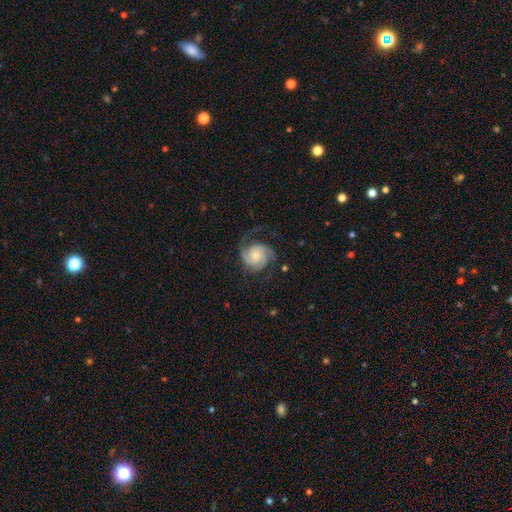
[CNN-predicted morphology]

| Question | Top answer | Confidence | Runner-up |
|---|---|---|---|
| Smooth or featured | featured or disk | 88% | smooth (7%) |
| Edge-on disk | no | 98% | yes (2%) |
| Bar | no | 70% | weak (25%) |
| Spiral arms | yes | 98% | no (2%) |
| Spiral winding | tight | 51% | medium (39%) |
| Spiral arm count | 3 | 43% | 2 (34%) |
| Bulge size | moderate | 44% | small (43%) |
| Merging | none | 68% | minor disturbance (17%) |